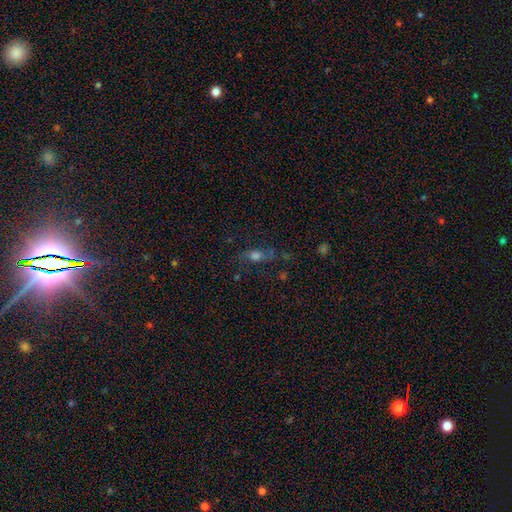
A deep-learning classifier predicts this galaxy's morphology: A smooth galaxy with no disk features (50%). Merging: none (61%).